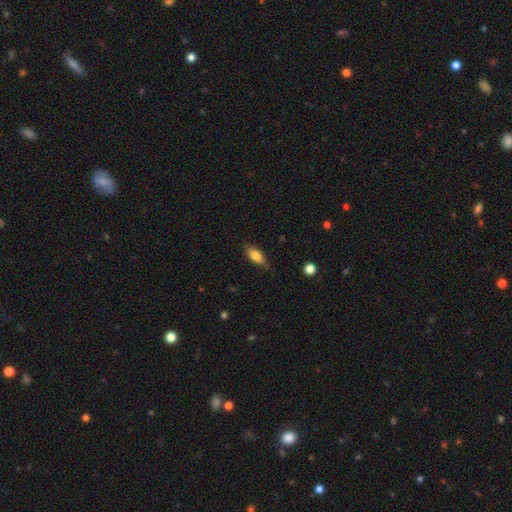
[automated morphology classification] Smooth or featured: smooth — 79% (featured or disk — 13%)
How rounded: in between — 81% (cigar-shaped — 16%)
Merging: none — 73% (minor disturbance — 22%)